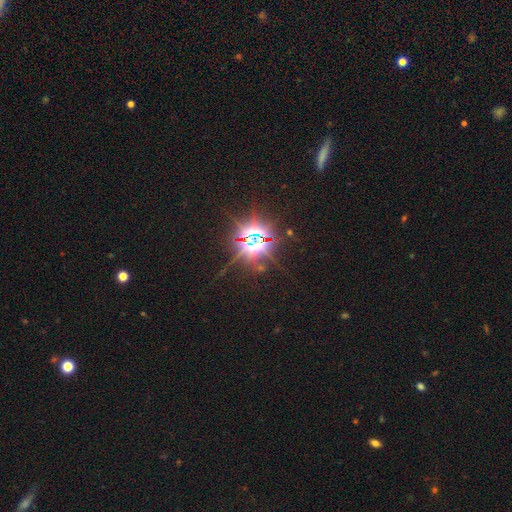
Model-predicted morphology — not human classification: A star or artifact, not a galaxy (84%).